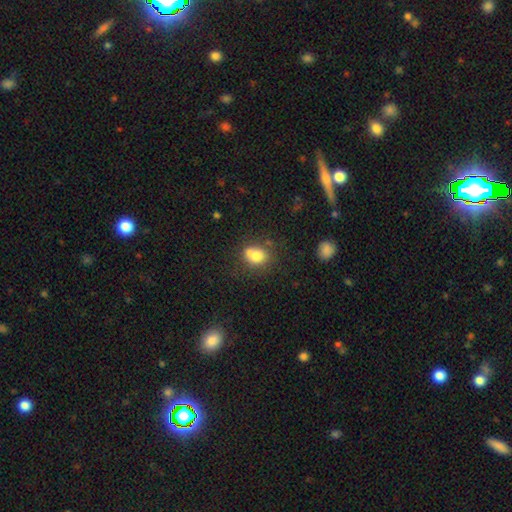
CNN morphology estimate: Q: Smooth or featured?
A: smooth (75%); runner-up: featured or disk (14%)
Q: How rounded?
A: round (54%); runner-up: in between (45%)
Q: Merging?
A: none (47%); runner-up: merger (27%)